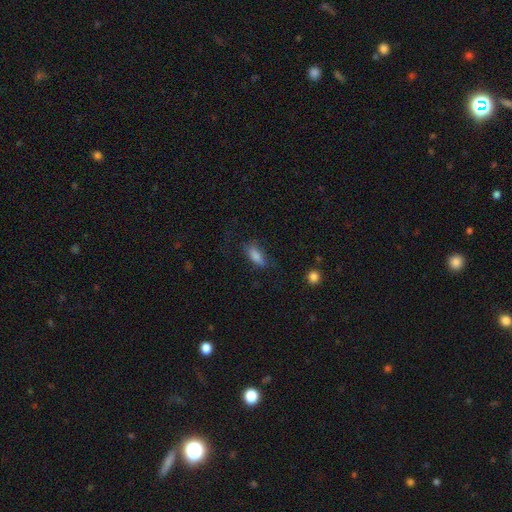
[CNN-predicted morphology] smooth_or_featured: smooth (p=0.79) [alt: featured or disk p=0.12]
how_rounded: in between (p=0.71) [alt: cigar-shaped p=0.26]
merging: none (p=0.65) [alt: minor disturbance p=0.23]